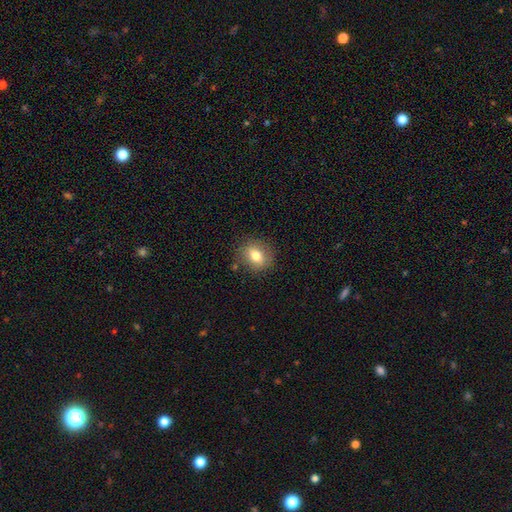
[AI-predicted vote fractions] A smooth galaxy with no disk features (75%) that is round (55%).

Vote fractions:
- Smooth or featured? smooth: 75% / featured or disk: 15% / star or artifact: 9%
- How rounded? round: 55% / in between: 43% / cigar-shaped: 2%
- Merging? none: 84% / minor disturbance: 11% / major disturbance: 3% / merger: 2%